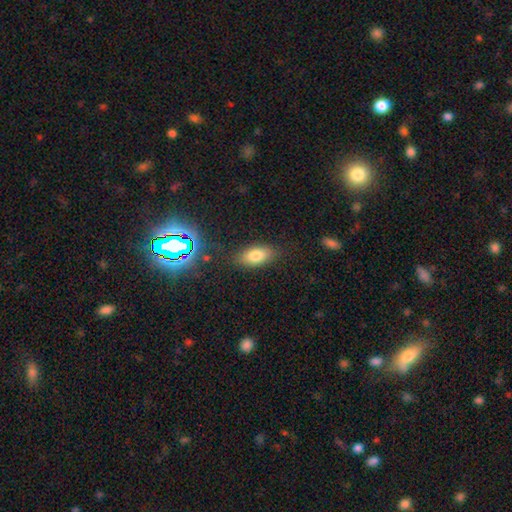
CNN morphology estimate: A smooth galaxy with no disk features (78%) that is in between round and cigar-shaped (88%).

Vote fractions:
- Smooth or featured? smooth: 78% / star or artifact: 11% / featured or disk: 11%
- How rounded? in between: 88% / cigar-shaped: 7% / round: 5%
- Merging? none: 82% / minor disturbance: 12% / major disturbance: 4% / merger: 2%